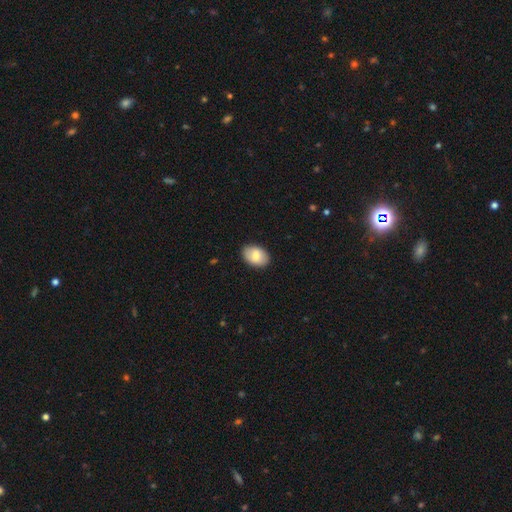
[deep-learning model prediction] A smooth galaxy with no disk features (78%) that is in between round and cigar-shaped (86%). Merging: none (87%).